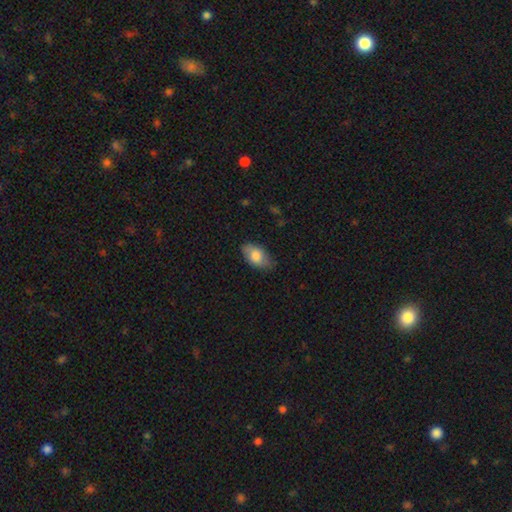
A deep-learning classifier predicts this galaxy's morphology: type=smooth (78%); roundness=in between (93%); merging=none (76%).